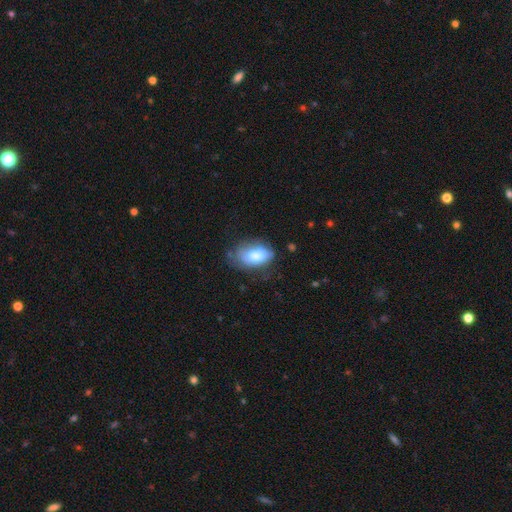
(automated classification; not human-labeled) smooth-or-featured: smooth: 72% | featured or disk: 20% | star or artifact: 8%
  how-rounded: in between: 90% | round: 7% | cigar-shaped: 2%
  merging: none: 50% | minor disturbance: 33% | major disturbance: 14% | merger: 3%